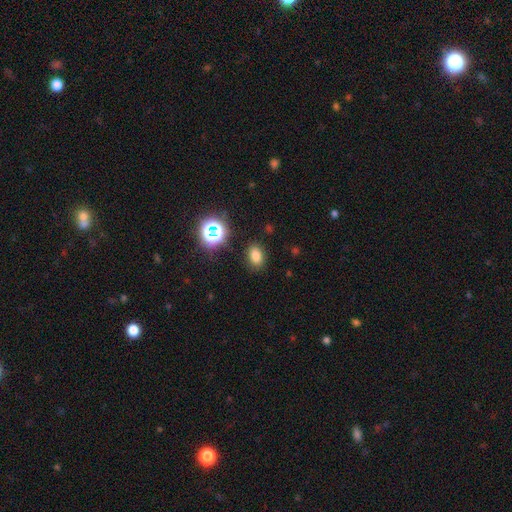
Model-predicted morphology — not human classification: Smooth or featured: smooth — 76% (star or artifact — 18%)
How rounded: in between — 79% (round — 19%)
Merging: none — 86% (minor disturbance — 9%)